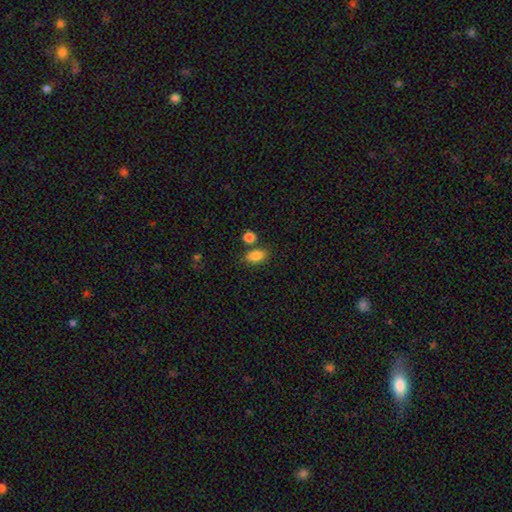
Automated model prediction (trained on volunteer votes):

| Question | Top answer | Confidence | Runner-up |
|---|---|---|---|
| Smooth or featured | smooth | 85% | star or artifact (9%) |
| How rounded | in between | 86% | round (11%) |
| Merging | none | 72% | merger (13%) |